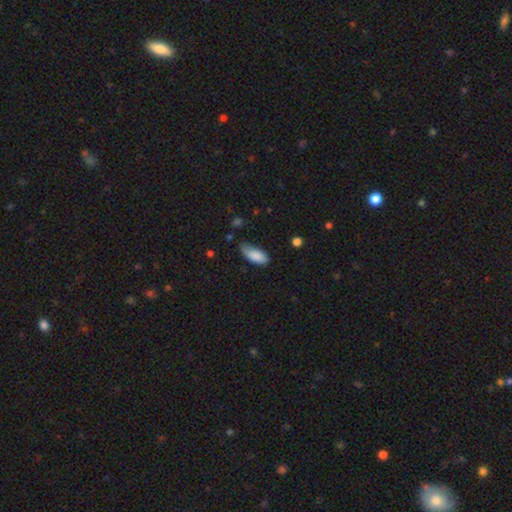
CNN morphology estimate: smooth_or_featured: smooth (p=0.84) [alt: featured or disk p=0.10]
how_rounded: in between (p=0.87) [alt: cigar-shaped p=0.11]
merging: none (p=0.53) [alt: minor disturbance p=0.36]